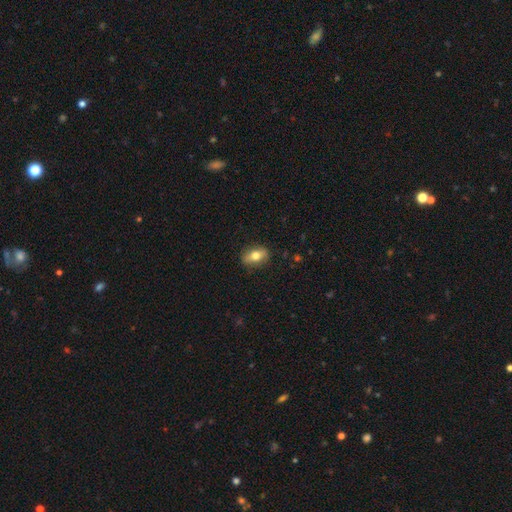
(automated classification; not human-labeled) smooth-or-featured: smooth: 68% | featured or disk: 24% | star or artifact: 8%
  how-rounded: in between: 79% | round: 17% | cigar-shaped: 4%
  merging: none: 83% | minor disturbance: 13% | major disturbance: 3% | merger: 1%